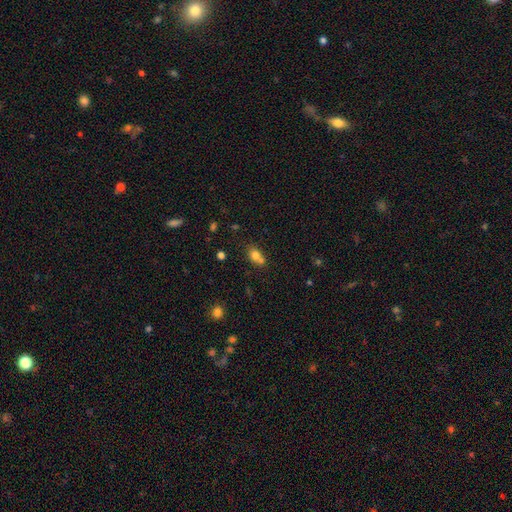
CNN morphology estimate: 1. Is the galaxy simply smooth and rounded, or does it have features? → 75% smooth, 13% star or artifact, 12% featured or disk.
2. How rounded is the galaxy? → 49% in between (tied), 49% round (tied), 2% cigar-shaped.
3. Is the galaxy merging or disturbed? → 45% merger, 39% none, 11% minor disturbance, 4% major disturbance.